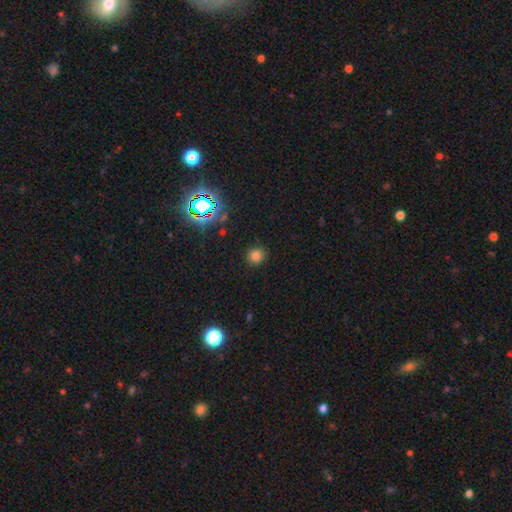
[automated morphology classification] Smooth or featured?
  - smooth: 76% *
  - star or artifact: 19%
  - featured or disk: 6%
How rounded?
  - round: 88% *
  - in between: 11%
  - cigar-shaped: 1%
Merging?
  - none: 88% *
  - minor disturbance: 8%
  - major disturbance: 3%
  - merger: 1%